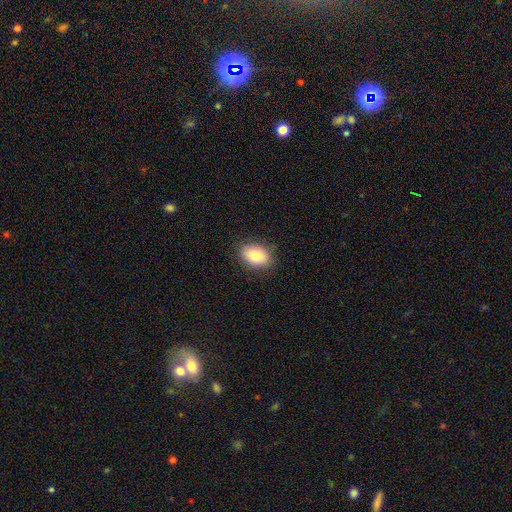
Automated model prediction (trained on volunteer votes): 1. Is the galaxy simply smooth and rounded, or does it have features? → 85% smooth, 8% star or artifact, 8% featured or disk.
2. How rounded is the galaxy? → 83% in between, 16% round, 1% cigar-shaped.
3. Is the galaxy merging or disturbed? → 86% none, 10% minor disturbance, 2% major disturbance, 1% merger.